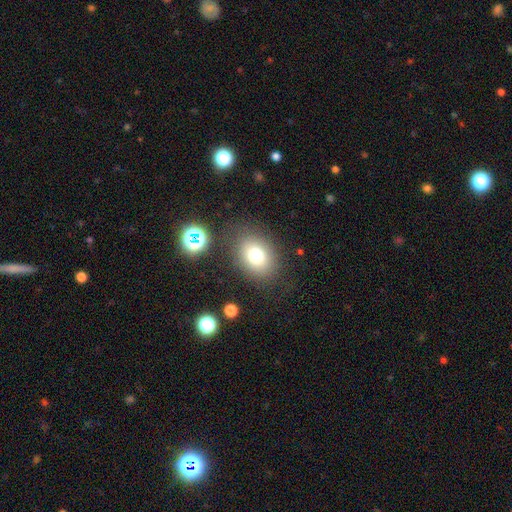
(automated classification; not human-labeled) smooth_or_featured: smooth (p=0.74) [alt: star or artifact p=0.14]
how_rounded: in between (p=0.55) [alt: round p=0.44]
merging: none (p=0.81) [alt: minor disturbance p=0.11]